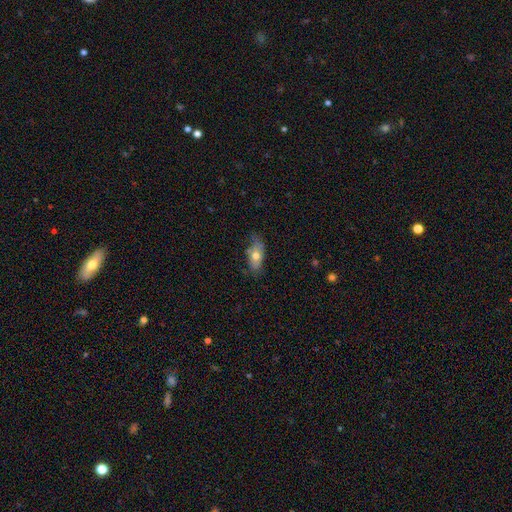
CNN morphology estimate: smooth_or_featured: smooth (p=0.67) [alt: featured or disk p=0.26]
how_rounded: in between (p=0.85) [alt: cigar-shaped p=0.11]
merging: none (p=0.66) [alt: minor disturbance p=0.26]